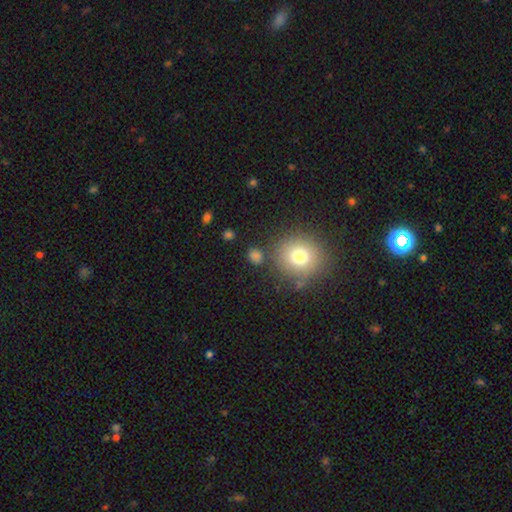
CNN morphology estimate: smooth 77%, star or artifact 15%, featured or disk 7%. Down the decision tree: how rounded — round (77%); merging — none (77%).